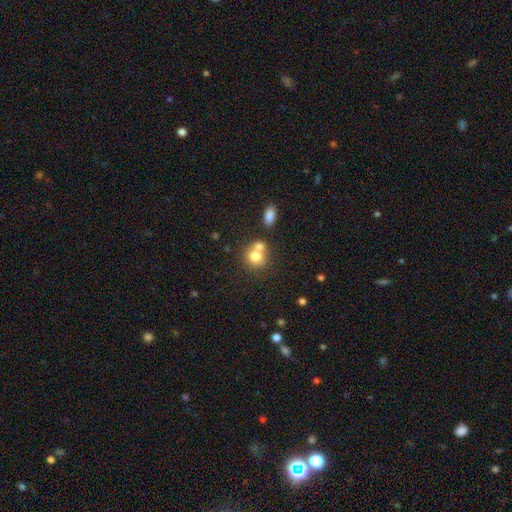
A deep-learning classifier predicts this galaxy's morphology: This appears to be a smooth galaxy with no disk features (75%) that is round (80%). Merging: merger (46%).